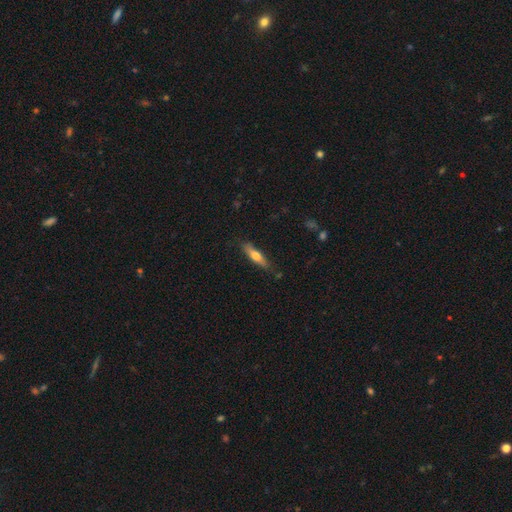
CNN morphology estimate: Smooth or featured?
  - smooth: 56% *
  - featured or disk: 38%
  - star or artifact: 6%
How rounded?
  - cigar-shaped: 73% *
  - in between: 25%
  - round: 2%
Merging?
  - none: 81% *
  - minor disturbance: 14%
  - major disturbance: 3%
  - merger: 2%